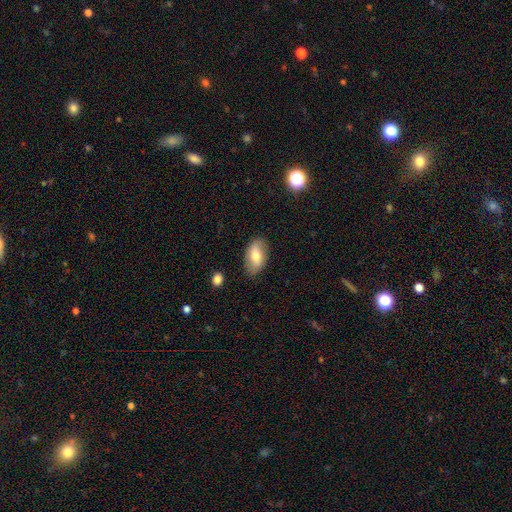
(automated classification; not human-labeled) A smooth galaxy with no disk features (64%) that is in between round and cigar-shaped (92%). Merging: none (81%).